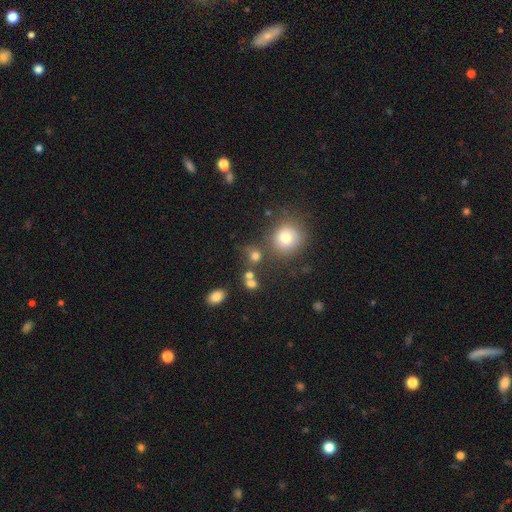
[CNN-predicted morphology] smooth_or_featured: smooth (p=0.65) [alt: star or artifact p=0.23]
how_rounded: round (p=0.80) [alt: in between p=0.18]
merging: none (p=0.69) [alt: merger p=0.13]